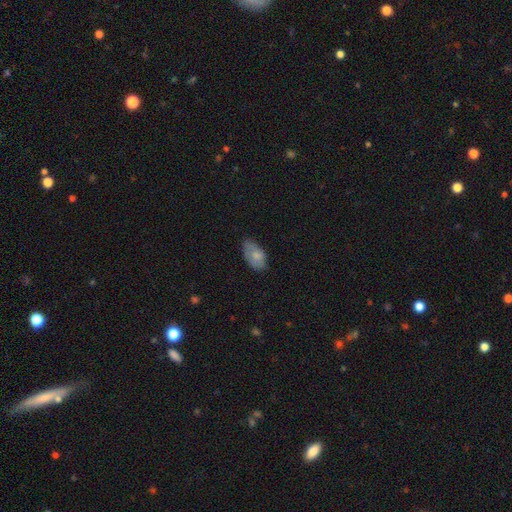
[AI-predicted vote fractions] A smooth galaxy with no disk features (74%) that is in between round and cigar-shaped (93%). Merging: none (62%).